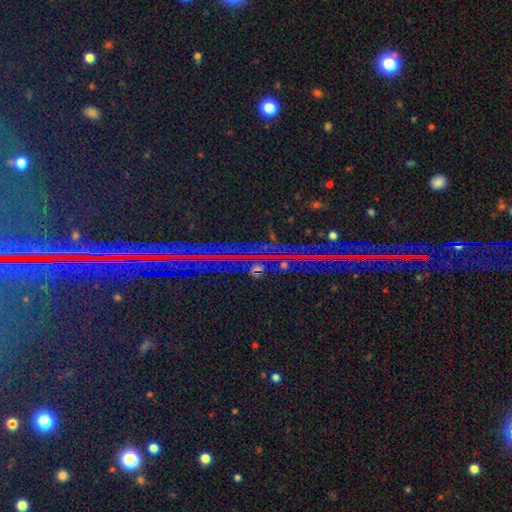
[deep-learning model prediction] Overall: star or artifact (87%).